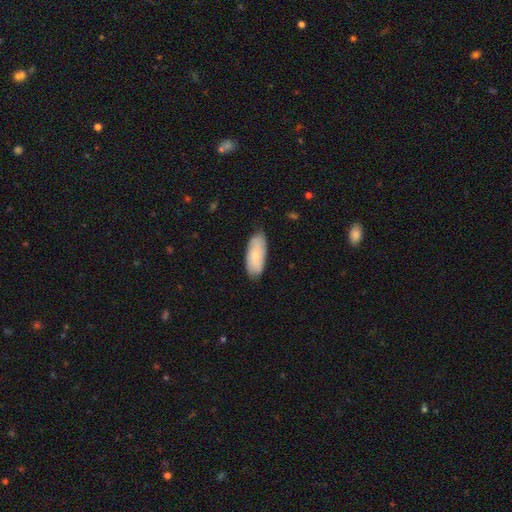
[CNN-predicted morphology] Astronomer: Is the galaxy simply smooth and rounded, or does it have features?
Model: smooth — 65%.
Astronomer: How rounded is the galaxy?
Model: in between — 85%.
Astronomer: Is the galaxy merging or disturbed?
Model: none — 79%.